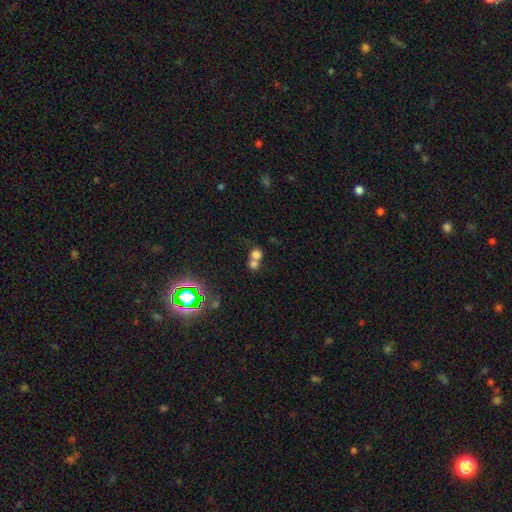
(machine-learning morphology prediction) A smooth galaxy with no disk features (68%) that is round (73%).

Vote fractions:
- Smooth or featured? smooth: 68% / star or artifact: 18% / featured or disk: 14%
- How rounded? round: 73% / in between: 26% / cigar-shaped: 1%
- Merging? merger: 64% / none: 27% / minor disturbance: 5% / major disturbance: 4%